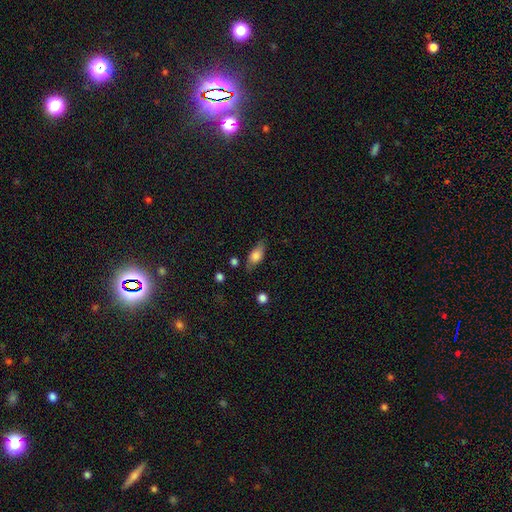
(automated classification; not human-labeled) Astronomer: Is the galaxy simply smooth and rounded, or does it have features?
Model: smooth — 73%.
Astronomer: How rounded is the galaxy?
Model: in between — 82%.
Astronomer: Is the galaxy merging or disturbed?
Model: none — 72%.